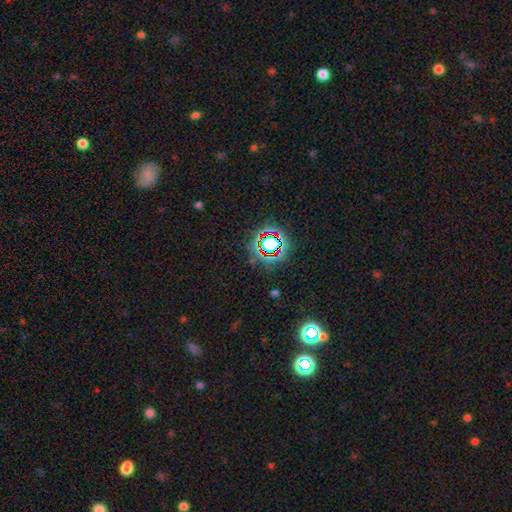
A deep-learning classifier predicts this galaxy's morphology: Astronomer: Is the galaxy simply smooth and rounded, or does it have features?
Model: star or artifact — 70%.